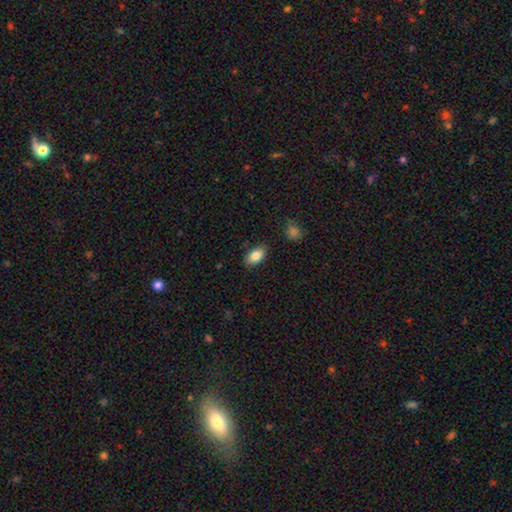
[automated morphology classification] Smooth or featured: smooth — 84% (featured or disk — 9%)
How rounded: in between — 93% (round — 5%)
Merging: none — 86% (minor disturbance — 10%)